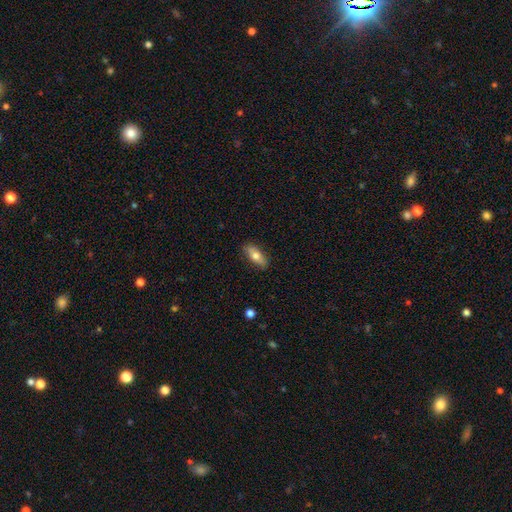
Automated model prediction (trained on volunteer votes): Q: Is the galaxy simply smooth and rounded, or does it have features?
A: smooth — 69%.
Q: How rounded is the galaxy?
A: in between — 74%.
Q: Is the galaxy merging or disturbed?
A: none — 87%.